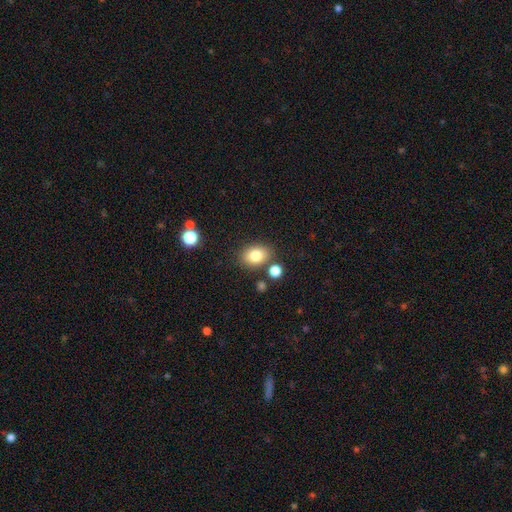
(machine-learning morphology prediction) This is clearly a smooth galaxy (81%). How rounded: likely in between (66%). Merging: likely none (78%).